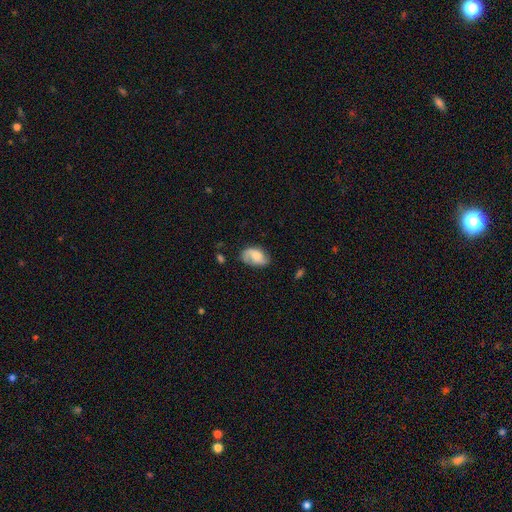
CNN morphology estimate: Smooth or featured? Predicted: featured or disk (p=0.48). Merging? Predicted: none (p=0.63).